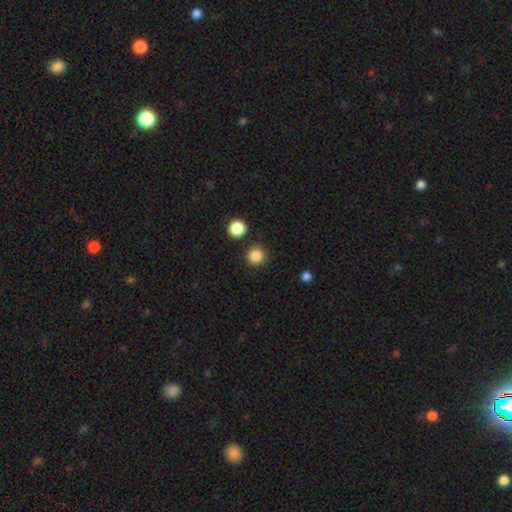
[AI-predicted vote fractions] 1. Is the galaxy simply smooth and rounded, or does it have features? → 86% smooth, 11% star or artifact, 3% featured or disk.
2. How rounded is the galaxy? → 95% round, 4% in between, 1% cigar-shaped.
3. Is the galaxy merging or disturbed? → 88% none, 6% minor disturbance, 3% merger, 2% major disturbance.